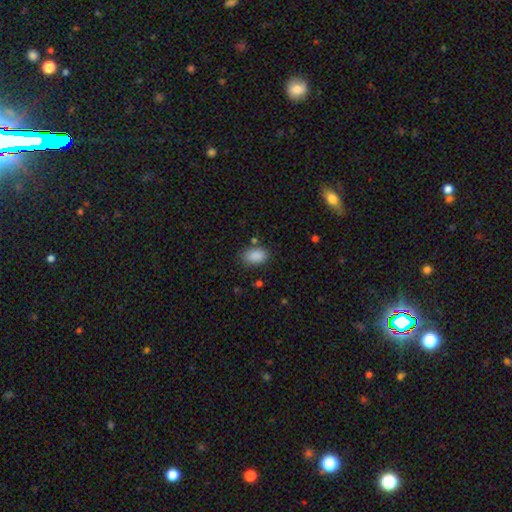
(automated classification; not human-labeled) Overall: smooth (89%). How rounded: in between (88%). Merging: none (81%).